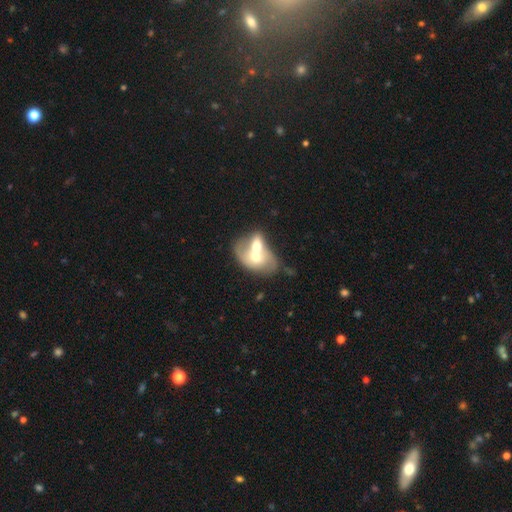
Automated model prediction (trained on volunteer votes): Q: Smooth or featured?
A: featured or disk (47%); runner-up: smooth (46%)
Q: Merging?
A: merger (78%); runner-up: none (11%)